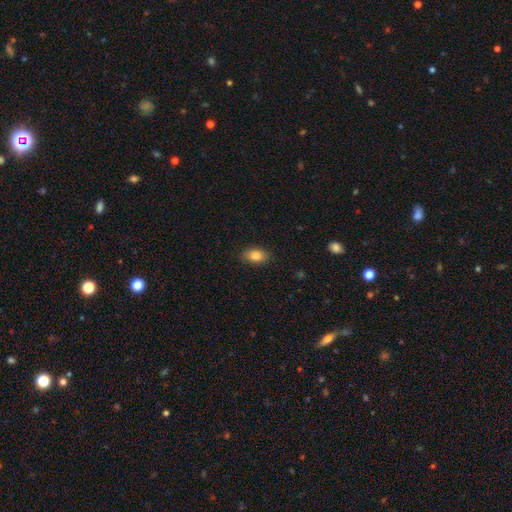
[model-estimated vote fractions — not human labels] smooth 85%, star or artifact 8%, featured or disk 7%. Down the decision tree: how rounded — in between (88%); merging — none (87%).